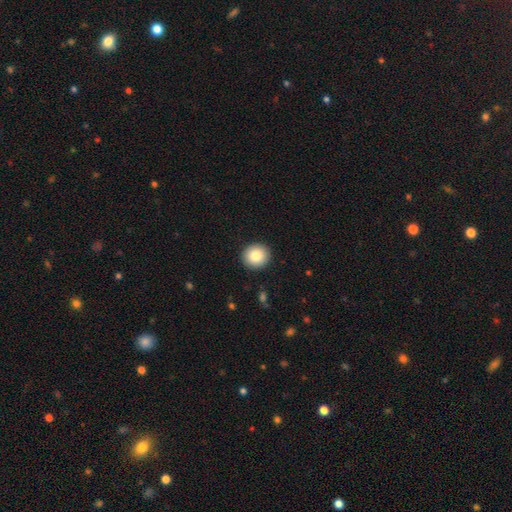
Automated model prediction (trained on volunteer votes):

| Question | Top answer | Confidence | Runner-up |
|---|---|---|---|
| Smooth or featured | smooth | 83% | star or artifact (9%) |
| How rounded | round | 91% | in between (8%) |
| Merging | none | 92% | minor disturbance (6%) |